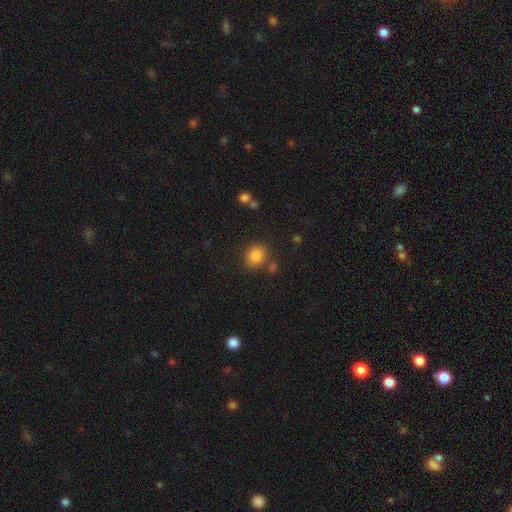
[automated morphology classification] A smooth galaxy with no disk features (84%) that is round (65%). Merging: none (74%).